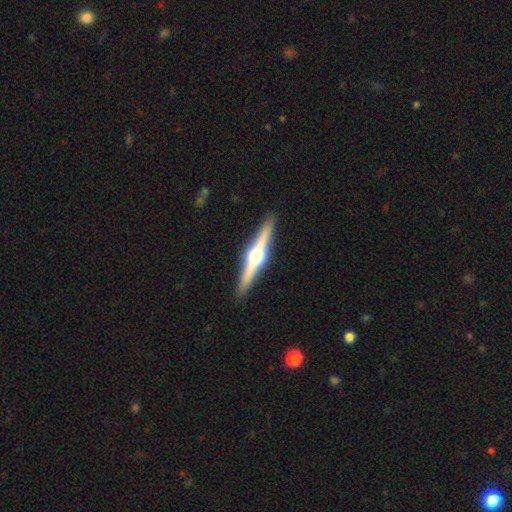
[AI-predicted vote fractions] Smooth or featured: featured or disk — 79% (smooth — 16%)
Edge-on disk: yes — 98% (no — 2%)
Edge-on bulge: rounded — 96% (boxy — 3%)
Merging: none — 92% (minor disturbance — 6%)